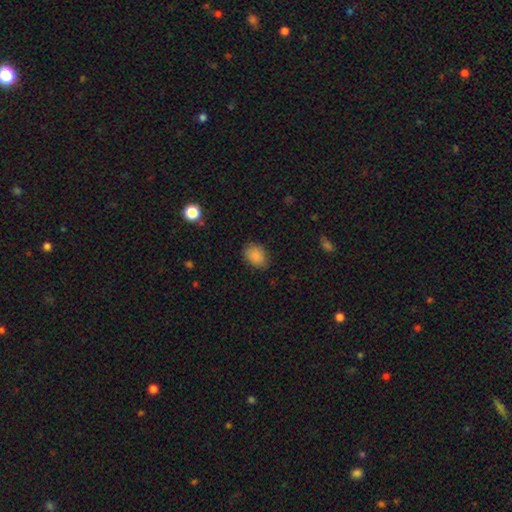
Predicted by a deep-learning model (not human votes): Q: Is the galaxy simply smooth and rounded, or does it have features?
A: smooth — 87%.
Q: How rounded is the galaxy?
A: in between — 72%.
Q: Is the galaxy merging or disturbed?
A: none — 81%.